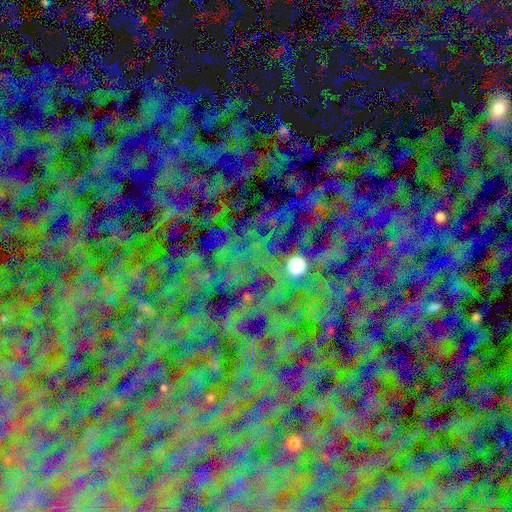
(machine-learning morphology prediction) The model was most divided on "smooth or featured": star or artifact: 82%, smooth: 9%, featured or disk: 8%.